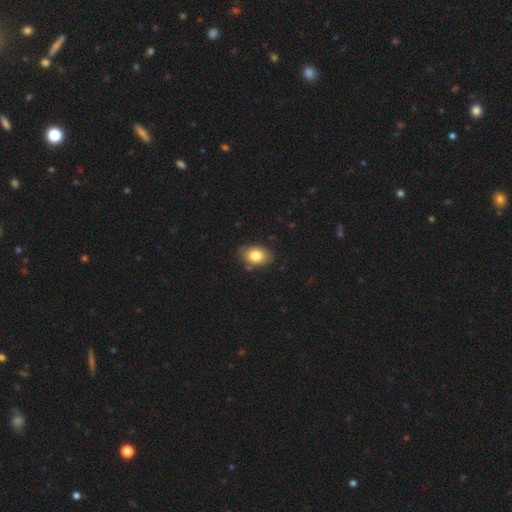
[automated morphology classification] Smooth or featured? smooth (81%)
How rounded? in between (83%)
Merging? none (79%)